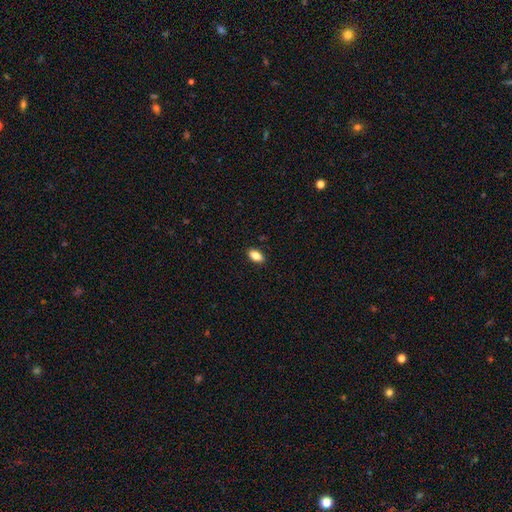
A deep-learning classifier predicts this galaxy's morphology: Smooth or featured? Predicted: smooth (p=0.85). How rounded? Predicted: in between (p=0.90). Merging? Predicted: none (p=0.89).